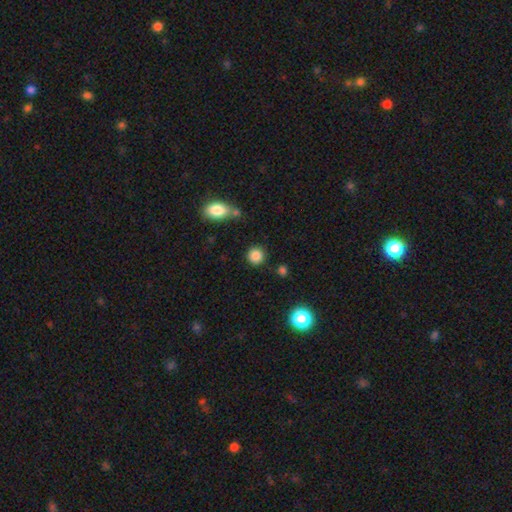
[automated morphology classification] The model was most divided on "smooth or featured": smooth: 85%, star or artifact: 10%, featured or disk: 4%. More confident: how rounded — round (91%); merging — none (86%).